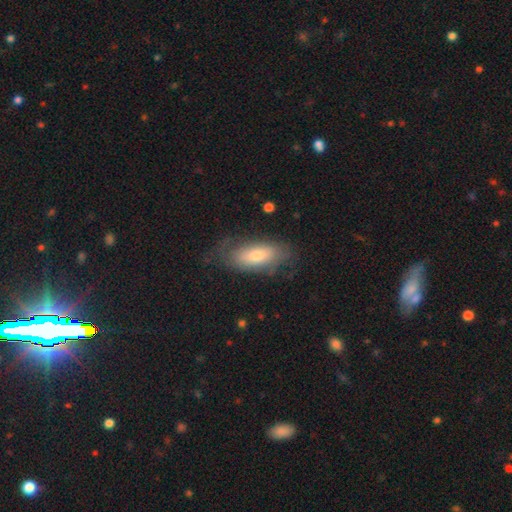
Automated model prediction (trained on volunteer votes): smooth 63%, featured or disk 30%, star or artifact 7%. Down the decision tree: how rounded — in between (84%); merging — none (63%).